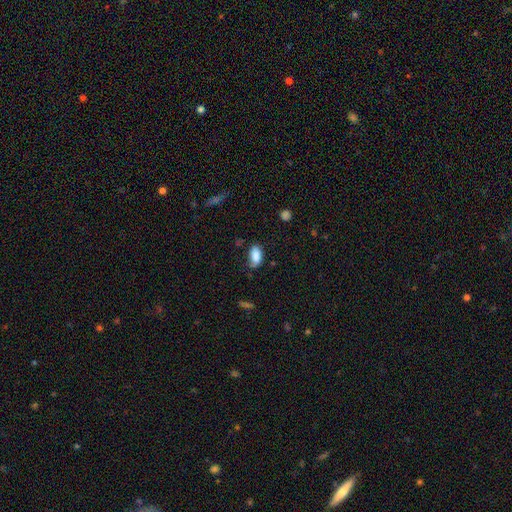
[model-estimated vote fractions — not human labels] smooth 86%, star or artifact 7%, featured or disk 7%. Down the decision tree: how rounded — in between (92%); merging — none (63%).